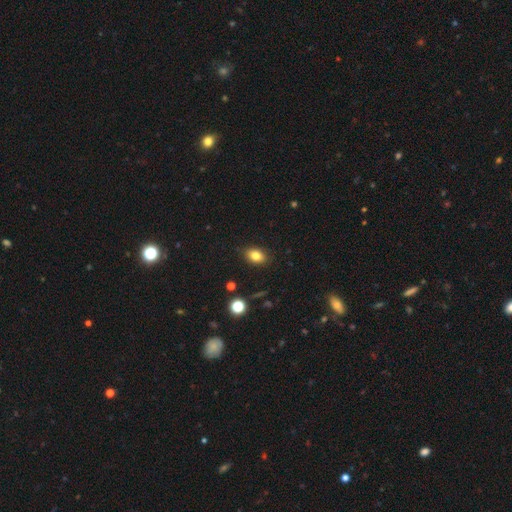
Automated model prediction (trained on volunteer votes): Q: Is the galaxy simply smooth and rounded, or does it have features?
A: smooth — 81%.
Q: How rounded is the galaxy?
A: in between — 79%.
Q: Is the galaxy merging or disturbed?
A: none — 86%.